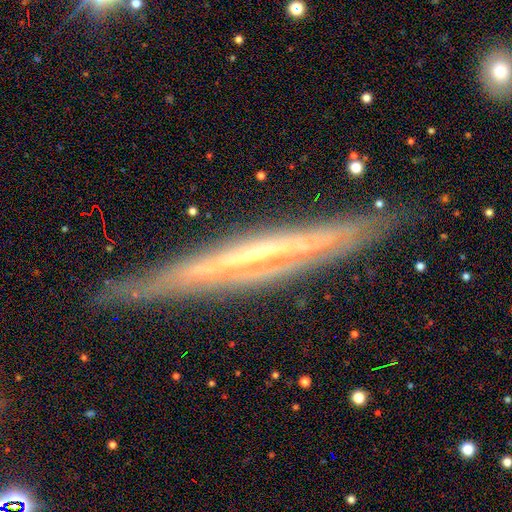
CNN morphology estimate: smooth-or-featured: featured or disk: 79% | smooth: 13% | star or artifact: 8%
  disk-edge-on: yes: 93% | no: 7%
    edge-on-bulge: none: 68% | rounded: 24% | boxy: 8%
  merging: none: 84% | minor disturbance: 12% | major disturbance: 3% | merger: 2%